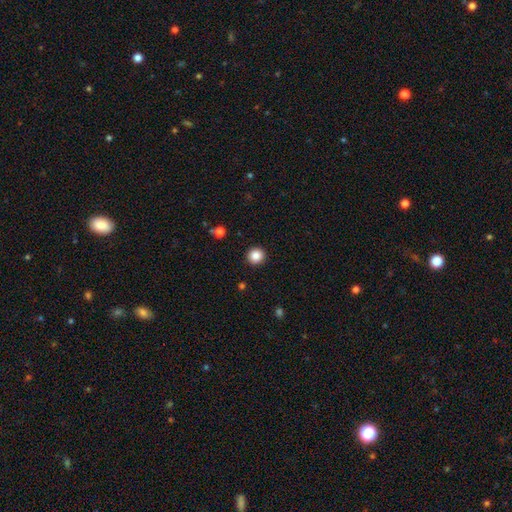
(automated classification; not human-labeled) This is clearly a smooth galaxy (86%). How rounded: clearly round (94%). Merging: clearly none (93%).